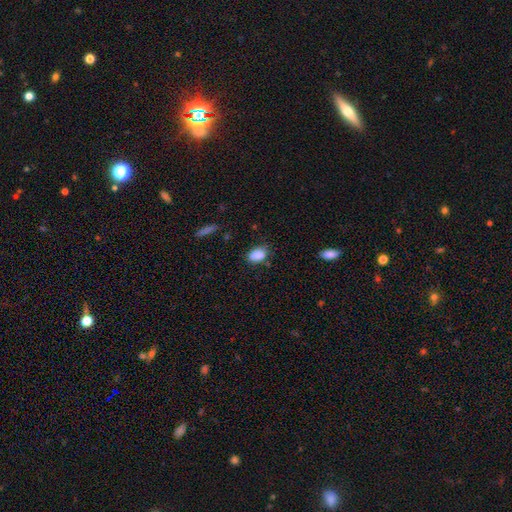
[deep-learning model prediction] Smooth or featured?
  - smooth: 86% *
  - star or artifact: 9%
  - featured or disk: 5%
How rounded?
  - in between: 82% *
  - round: 16%
  - cigar-shaped: 2%
Merging?
  - none: 70% *
  - minor disturbance: 22%
  - major disturbance: 5%
  - merger: 3%